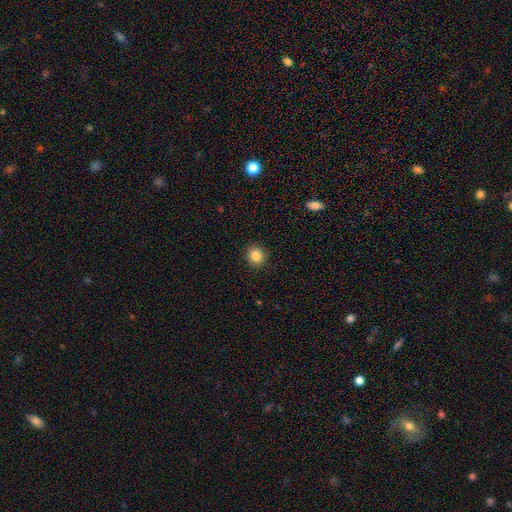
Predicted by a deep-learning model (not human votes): This is clearly a smooth galaxy (85%). How rounded: clearly round (90%). Merging: clearly none (92%).